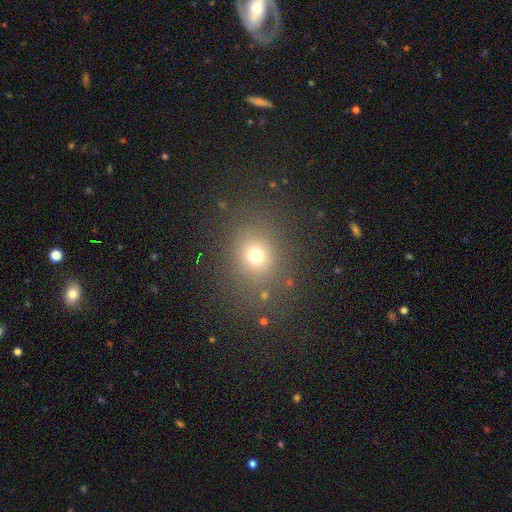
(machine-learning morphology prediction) The model was most divided on "how rounded": round: 71%, in between: 28%, cigar-shaped: 1%. More confident: merging — none (80%); smooth or featured — smooth (71%).